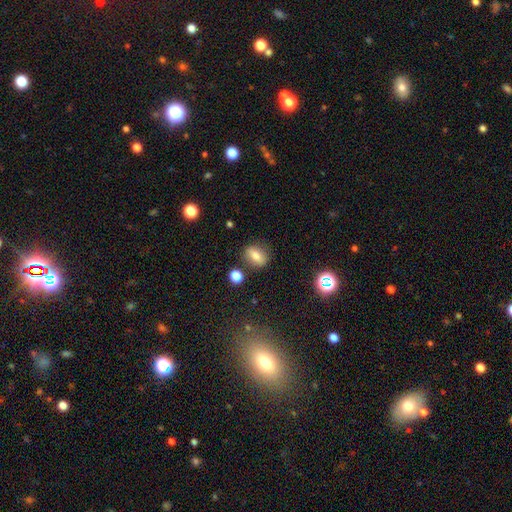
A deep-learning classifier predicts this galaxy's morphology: Q: Smooth or featured?
A: smooth (68%); runner-up: featured or disk (21%)
Q: How rounded?
A: in between (60%); runner-up: round (34%)
Q: Merging?
A: none (80%); runner-up: minor disturbance (12%)